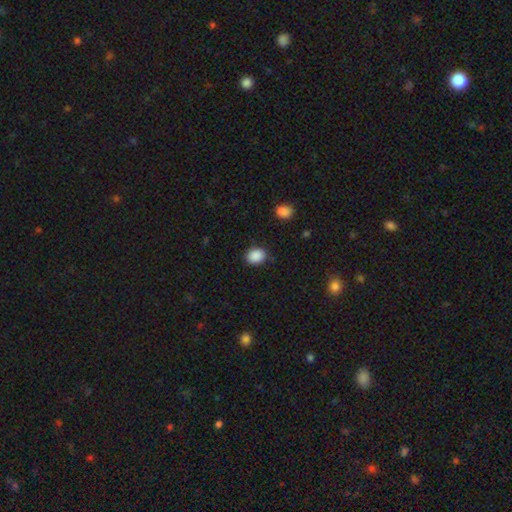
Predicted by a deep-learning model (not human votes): Smooth or featured? Predicted: smooth (p=0.89). How rounded? Predicted: in between (p=0.51). Merging? Predicted: none (p=0.85).